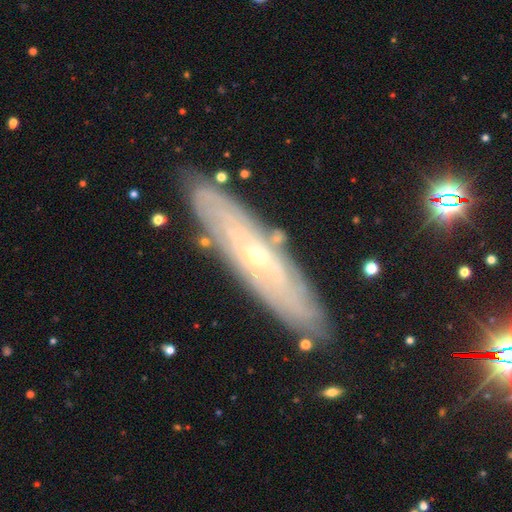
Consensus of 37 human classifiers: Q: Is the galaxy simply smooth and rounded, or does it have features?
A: featured or disk — 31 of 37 (84%).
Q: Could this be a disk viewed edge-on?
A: no — 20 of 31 (65%).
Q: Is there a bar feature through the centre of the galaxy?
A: no — 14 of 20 (70%).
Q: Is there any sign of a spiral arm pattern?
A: yes — 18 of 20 (90%).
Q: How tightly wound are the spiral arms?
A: tight — 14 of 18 (78%).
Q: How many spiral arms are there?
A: can't tell — 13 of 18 (72%).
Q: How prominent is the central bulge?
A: small — 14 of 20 (70%).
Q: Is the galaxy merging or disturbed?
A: none — 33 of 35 (94%).